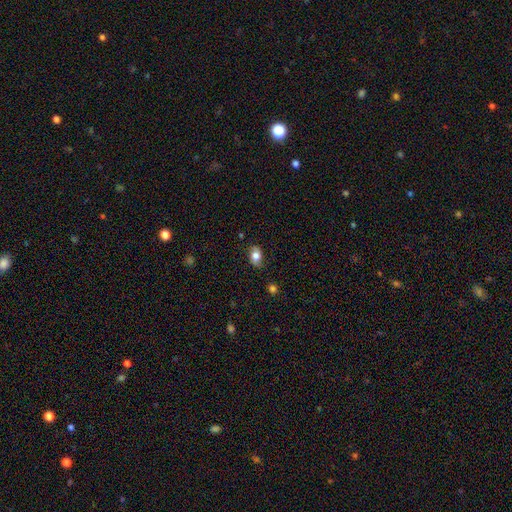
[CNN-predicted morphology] This is likely a smooth galaxy (73%). How rounded: clearly in between (80%). Merging: likely none (77%).